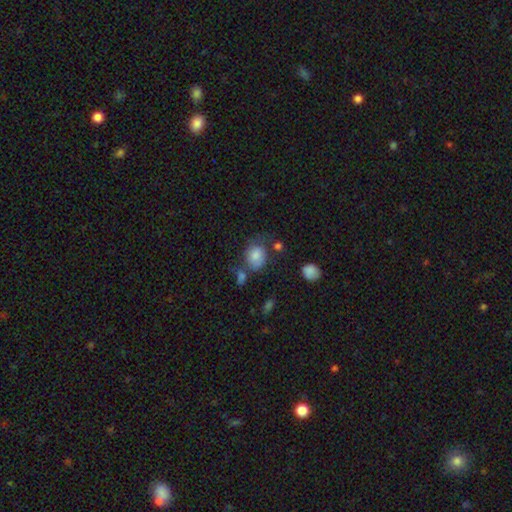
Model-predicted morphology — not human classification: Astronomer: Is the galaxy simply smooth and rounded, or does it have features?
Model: smooth — 80%.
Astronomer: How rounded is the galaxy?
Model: round — 54% (runner-up: in between, 45%).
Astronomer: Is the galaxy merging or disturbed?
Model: none — 48% (runner-up: minor disturbance, 24%).